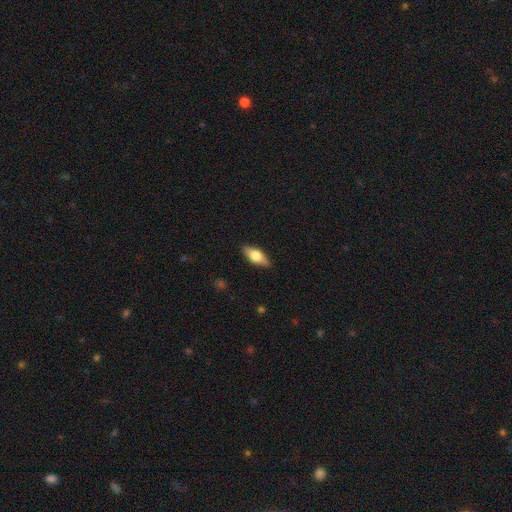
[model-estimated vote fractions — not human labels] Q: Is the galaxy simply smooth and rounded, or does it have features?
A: smooth — 62%.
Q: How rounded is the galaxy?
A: in between — 76%.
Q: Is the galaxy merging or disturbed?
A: none — 87%.